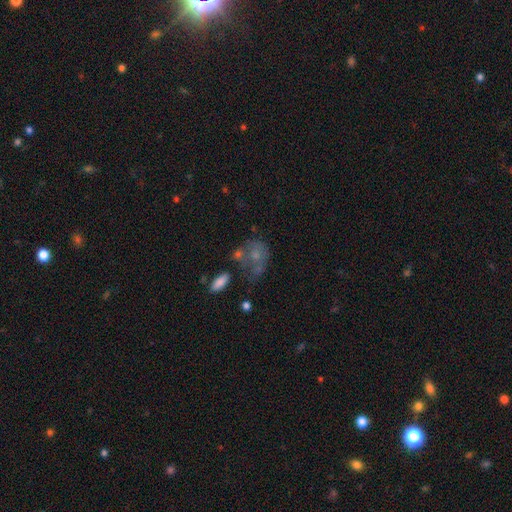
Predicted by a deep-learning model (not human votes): smooth-or-featured: smooth: 50% | featured or disk: 35% | star or artifact: 16%
  merging: none: 33% | merger: 24% | major disturbance: 24% | minor disturbance: 19%